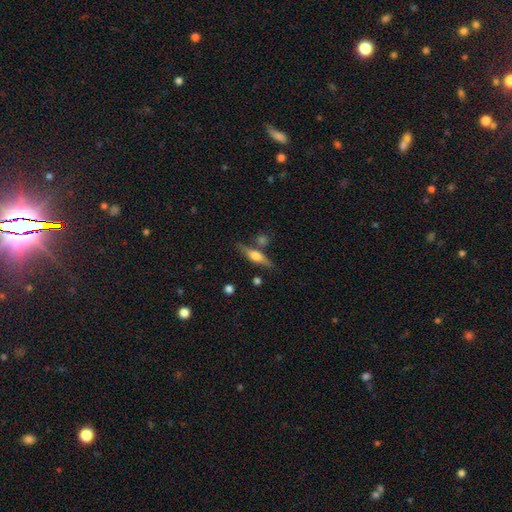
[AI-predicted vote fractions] Q: Smooth or featured?
A: featured or disk (59%); runner-up: smooth (34%)
Q: Edge-on disk?
A: yes (95%); runner-up: no (5%)
Q: Edge-on bulge?
A: rounded (89%); runner-up: boxy (8%)
Q: Merging?
A: none (74%); runner-up: minor disturbance (13%)